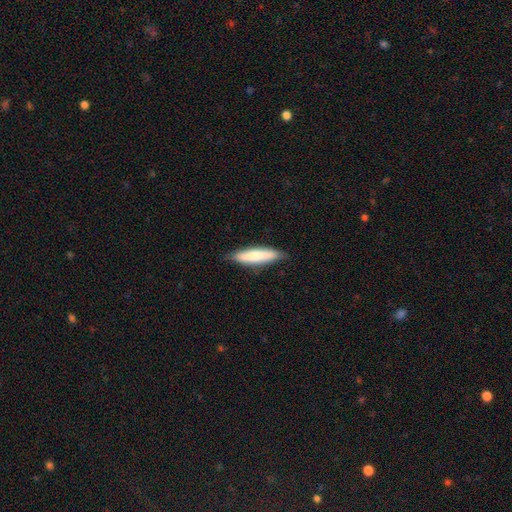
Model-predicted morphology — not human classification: smooth 76%, featured or disk 19%, star or artifact 5%. Down the decision tree: how rounded — cigar-shaped (77%); merging — none (84%).